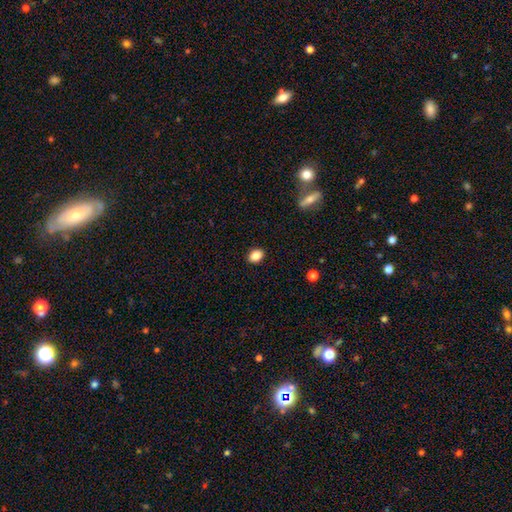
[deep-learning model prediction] This appears to be a smooth galaxy with no disk features (86%) that is in between round and cigar-shaped (70%). Merging: none (91%).